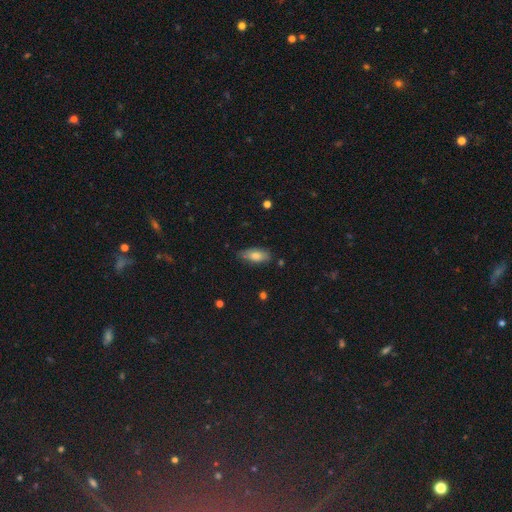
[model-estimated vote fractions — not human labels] Q: Smooth or featured?
A: smooth (77%); runner-up: featured or disk (15%)
Q: How rounded?
A: in between (82%); runner-up: cigar-shaped (15%)
Q: Merging?
A: none (75%); runner-up: minor disturbance (20%)